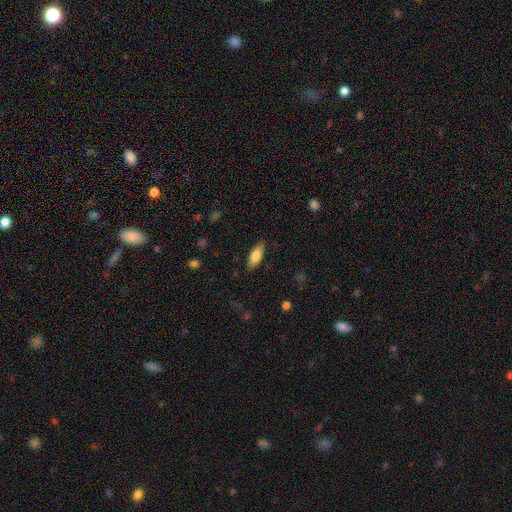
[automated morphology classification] The model was most divided on "how rounded": in between: 76%, cigar-shaped: 22%, round: 2%. More confident: merging — none (85%); smooth or featured — smooth (83%).